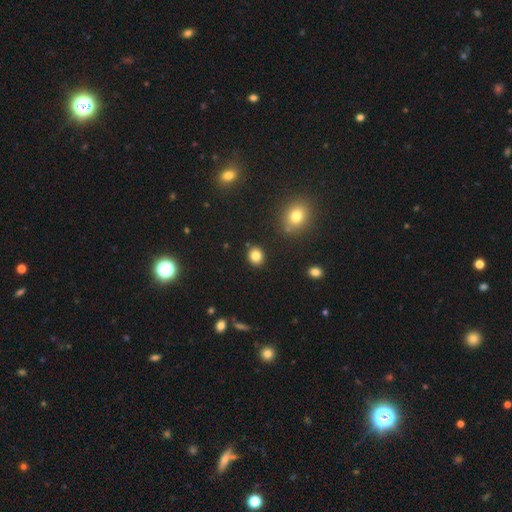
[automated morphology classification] smooth 83%, star or artifact 11%, featured or disk 6%. Down the decision tree: how rounded — round (73%); merging — none (88%).